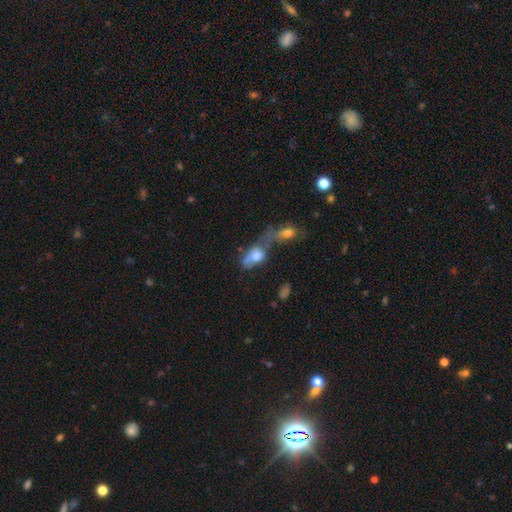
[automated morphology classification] type=smooth (63%); roundness=in between (82%); merging=merger (60%).